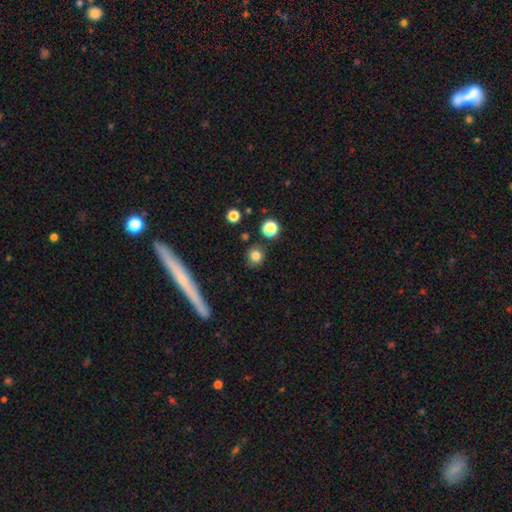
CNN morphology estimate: This is clearly a smooth galaxy (81%). How rounded: clearly round (84%). Merging: clearly none (85%).